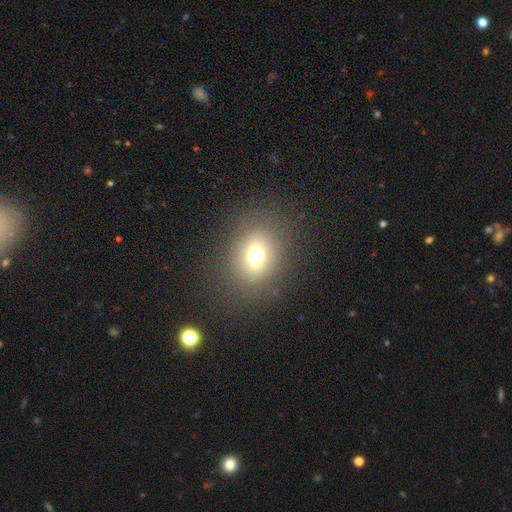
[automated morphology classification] This is likely a smooth galaxy (71%). How rounded: possibly in between (51%). Merging: clearly none (84%).